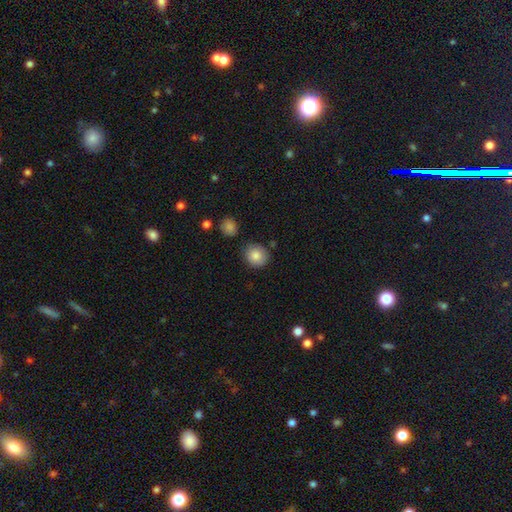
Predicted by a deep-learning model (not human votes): Smooth or featured: smooth — 85% (star or artifact — 9%)
How rounded: round — 84% (in between — 15%)
Merging: none — 79% (minor disturbance — 14%)